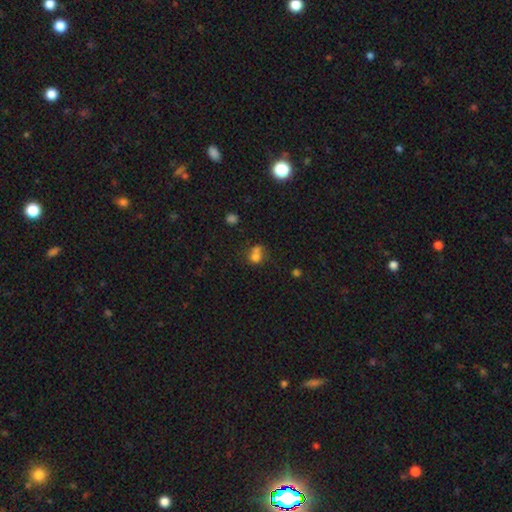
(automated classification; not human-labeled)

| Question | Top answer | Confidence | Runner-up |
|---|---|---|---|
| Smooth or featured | smooth | 70% | star or artifact (15%) |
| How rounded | round | 65% | in between (34%) |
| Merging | merger | 46% | none (31%) |